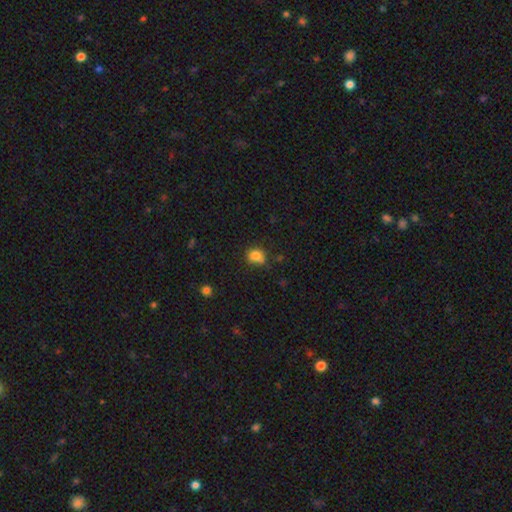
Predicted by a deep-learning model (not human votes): Morphology: type=smooth (82%); roundness=round (62%); merging=none (68%).